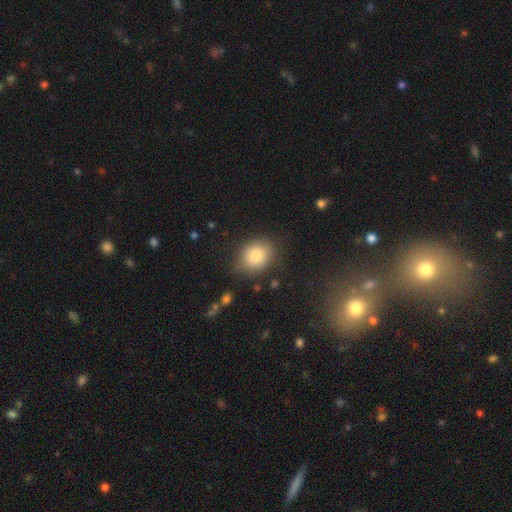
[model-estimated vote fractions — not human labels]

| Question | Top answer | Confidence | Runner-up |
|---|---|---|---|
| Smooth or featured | smooth | 84% | star or artifact (8%) |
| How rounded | in between | 52% | round (47%) |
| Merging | none | 76% | minor disturbance (17%) |